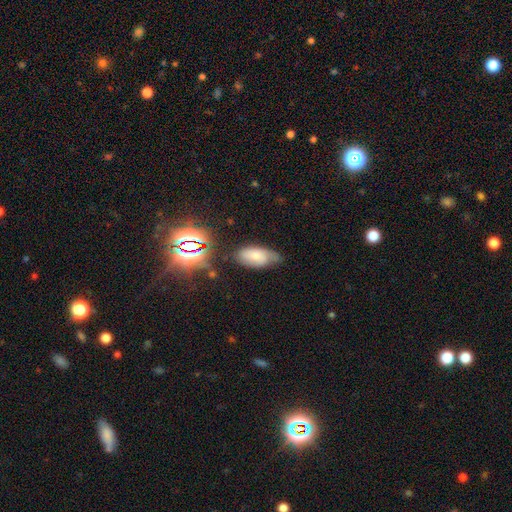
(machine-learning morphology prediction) Overall: smooth (59%; featured or disk 28%). How rounded: in between (91%). Merging: none (52%; minor disturbance 35%).